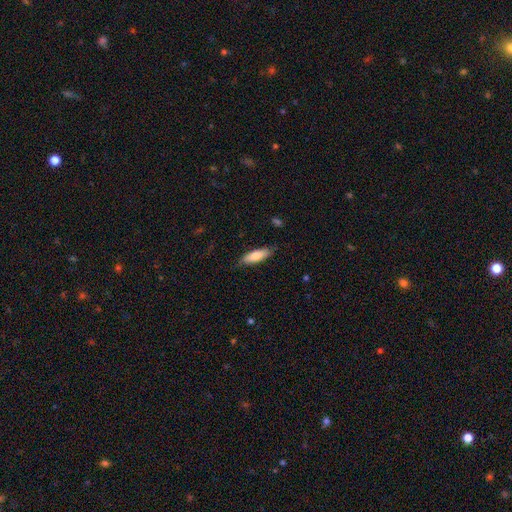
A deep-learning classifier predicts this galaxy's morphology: Smooth or featured: smooth — 76% (featured or disk — 18%)
How rounded: in between — 54% (cigar-shaped — 44%)
Merging: none — 79% (minor disturbance — 17%)